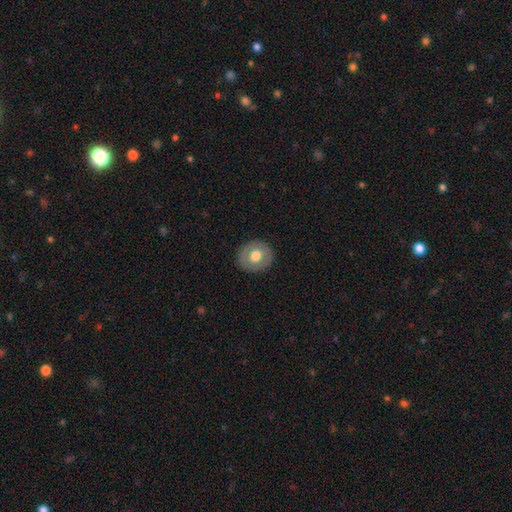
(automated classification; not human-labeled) The model was most divided on "smooth or featured": smooth: 60%, featured or disk: 34%, star or artifact: 6%. More confident: merging — none (88%); how rounded — round (77%).